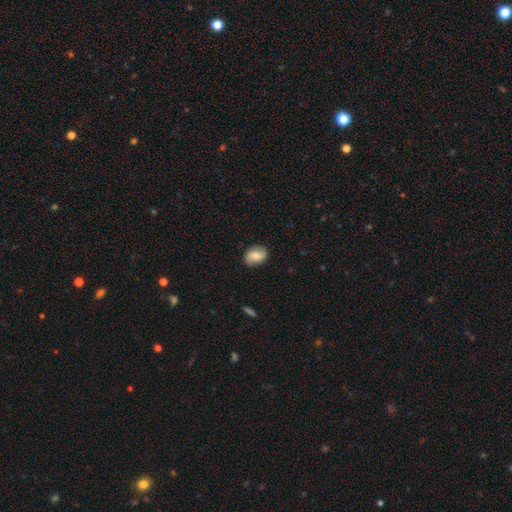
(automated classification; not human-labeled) Smooth or featured? Predicted: smooth (p=0.48). Merging? Predicted: none (p=0.82).